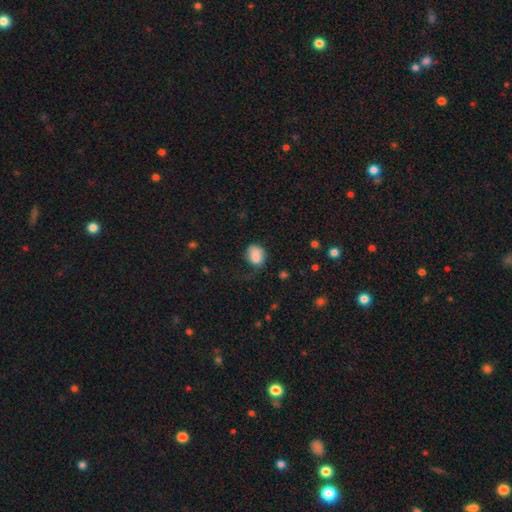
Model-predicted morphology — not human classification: The model was most divided on "how rounded": round: 50%, in between: 49%, cigar-shaped: 1%. Remaining: smooth or featured — smooth (82%); merging — none (47%).